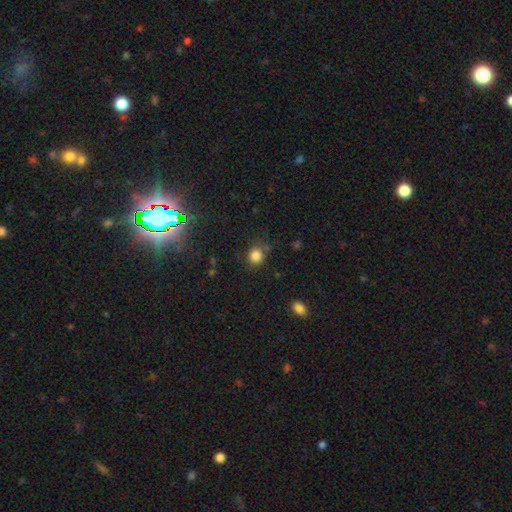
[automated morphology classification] Smooth or featured? smooth (82%)
How rounded? round (82%)
Merging? none (75%)